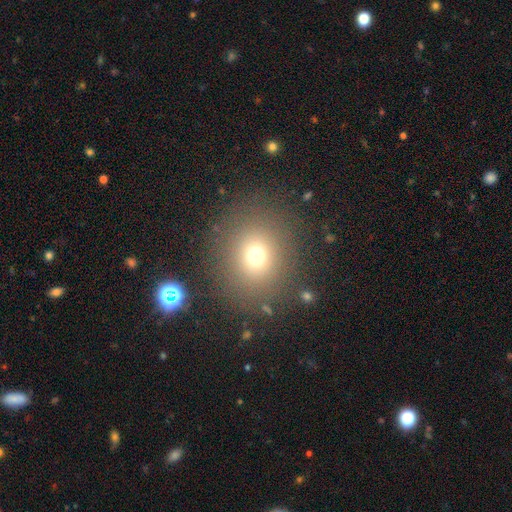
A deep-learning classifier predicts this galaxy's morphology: Smooth or featured?
  - smooth: 71% *
  - star or artifact: 19%
  - featured or disk: 11%
How rounded?
  - round: 78% *
  - in between: 21%
  - cigar-shaped: 1%
Merging?
  - none: 84% *
  - minor disturbance: 8%
  - major disturbance: 5%
  - merger: 3%